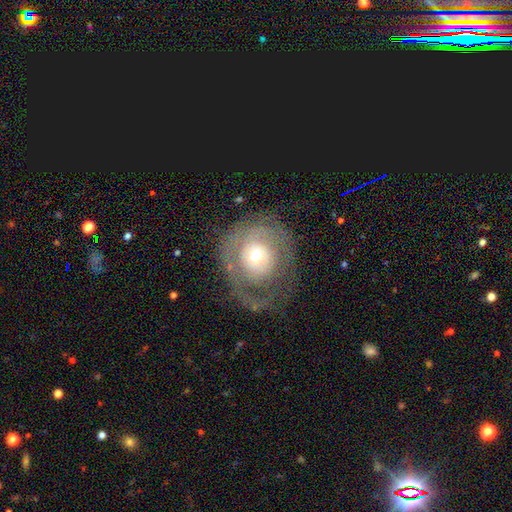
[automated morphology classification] This appears to be a featured or disk galaxy (58%) with no bar (85%), no spiral arms (55%) and a moderate central bulge (53%). Merging: none (57%).